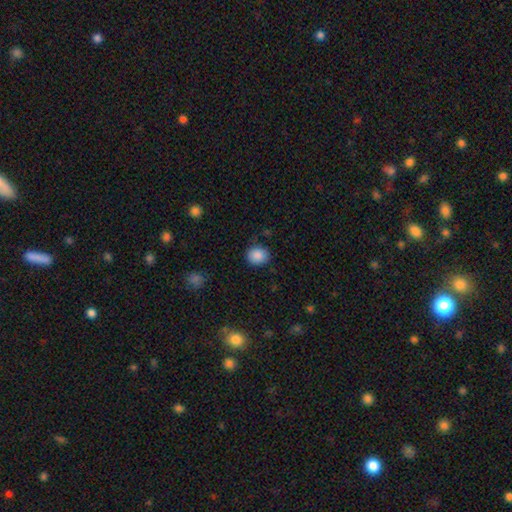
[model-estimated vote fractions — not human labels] smooth 88%, star or artifact 9%, featured or disk 3%. Down the decision tree: how rounded — round (70%); merging — none (84%).